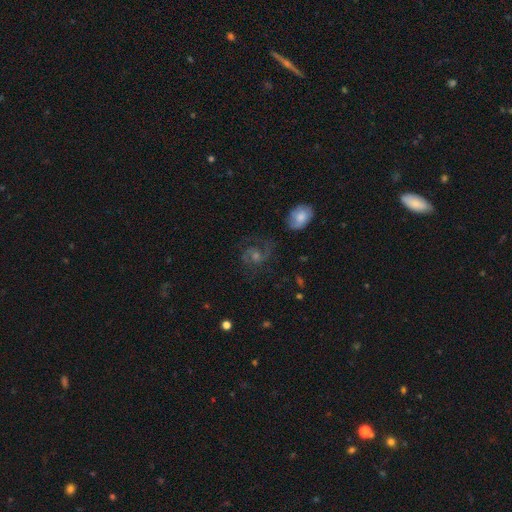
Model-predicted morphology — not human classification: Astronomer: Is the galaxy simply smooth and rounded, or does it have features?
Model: featured or disk — 75%.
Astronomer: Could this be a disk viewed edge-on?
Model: no — 97%.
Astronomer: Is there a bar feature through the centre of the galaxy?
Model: no — 53% (runner-up: weak, 38%).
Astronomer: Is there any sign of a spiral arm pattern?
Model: yes — 95%.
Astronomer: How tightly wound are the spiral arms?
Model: medium — 56%.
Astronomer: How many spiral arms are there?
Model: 2 — 84%.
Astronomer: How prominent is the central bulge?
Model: moderate — 47% (runner-up: small, 38%).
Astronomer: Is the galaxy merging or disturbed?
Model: none — 73%.